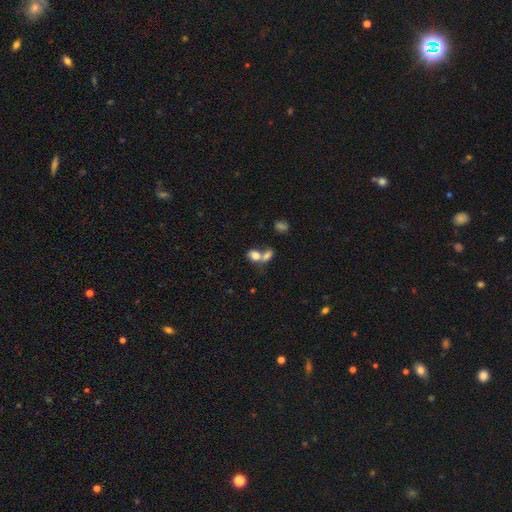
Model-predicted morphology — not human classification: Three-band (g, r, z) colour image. It shows a smooth galaxy with no disk features (77%) that is in between round and cigar-shaped (68%). Merging: merger (63%).